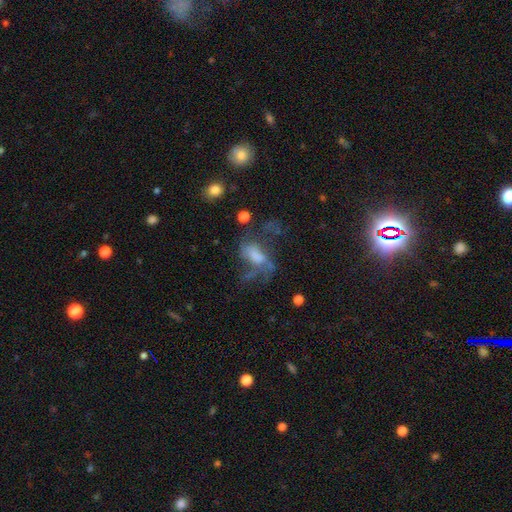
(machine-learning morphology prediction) A featured or disk galaxy (58%) with no bar (52%), spiral arms (67%) and a moderate central bulge (33%). Merging: major disturbance (42%).